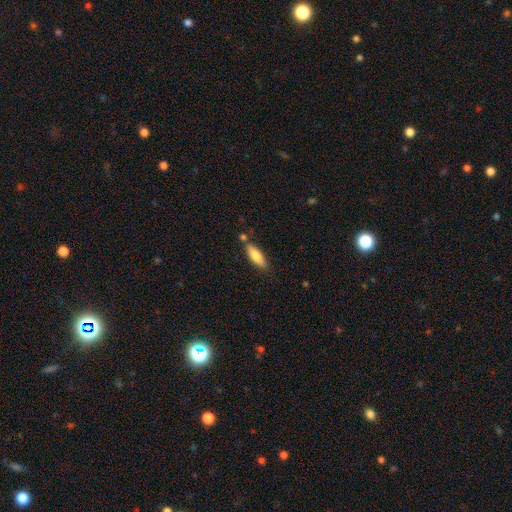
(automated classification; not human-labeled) smooth_or_featured: smooth (p=0.75) [alt: featured or disk p=0.19]
how_rounded: cigar-shaped (p=0.50) [alt: in between p=0.48]
merging: none (p=0.75) [alt: minor disturbance p=0.14]